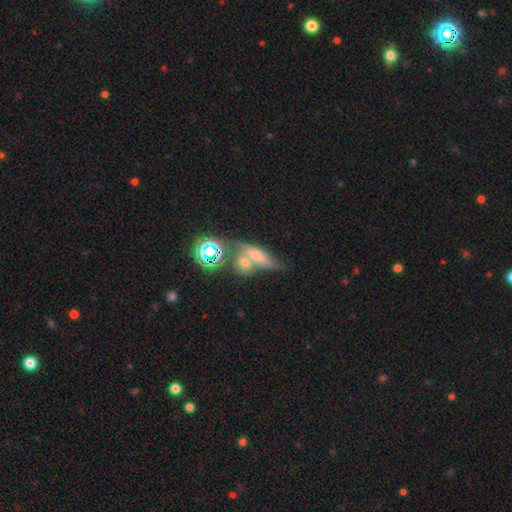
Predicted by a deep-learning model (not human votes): This is possibly a smooth galaxy (47%). Merging: marginally merger (42%).